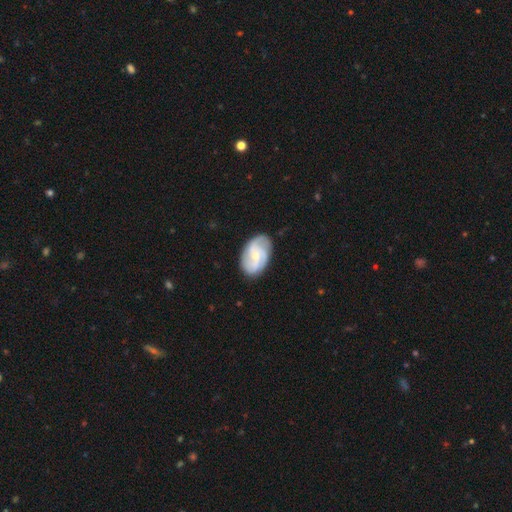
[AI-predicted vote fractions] Morphology: type=featured or disk (77%); edge-on=no (97%); bar=no (53%); spiral arms=yes (95%); winding=medium (45%); arm count=3 (41%); bulge=small (60%); merging=none (79%).